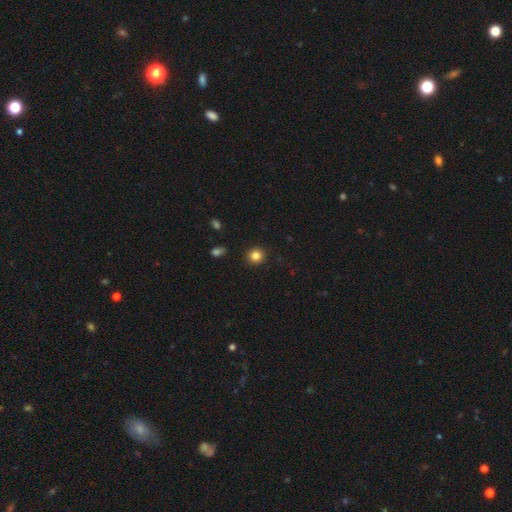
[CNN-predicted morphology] The model was most divided on "smooth or featured": smooth: 84%, star or artifact: 11%, featured or disk: 5%. More confident: how rounded — round (92%); merging — none (91%).